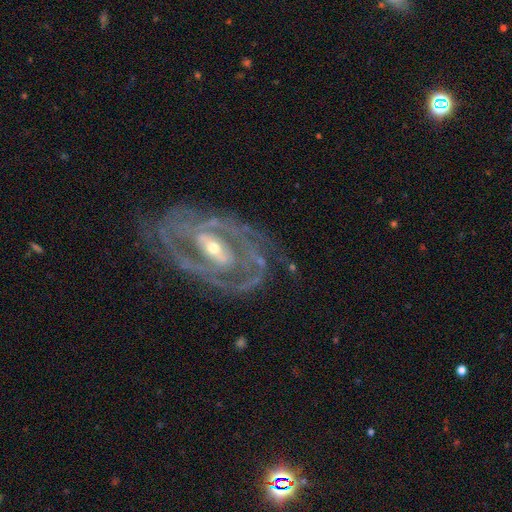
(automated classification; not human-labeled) Smooth or featured? featured or disk (90%)
Edge-on disk? no (95%)
Bar? strong (47%)
Spiral arms? yes (94%)
Spiral winding? tight (60%)
Spiral arm count? 2 (58%)
Bulge size? small (60%)
Merging? none (74%)